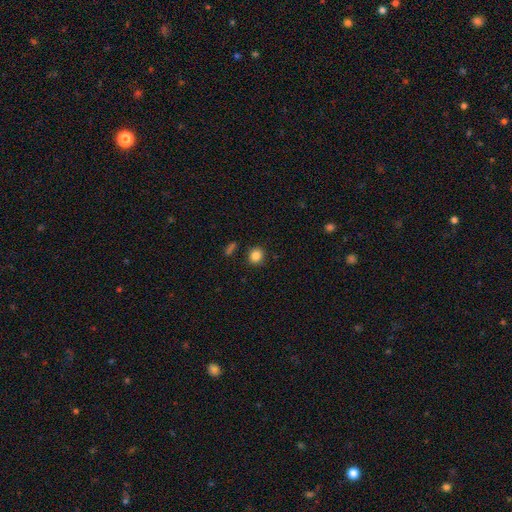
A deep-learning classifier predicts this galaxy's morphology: Smooth or featured? Predicted: smooth (p=0.85). How rounded? Predicted: round (p=0.83). Merging? Predicted: none (p=0.87).